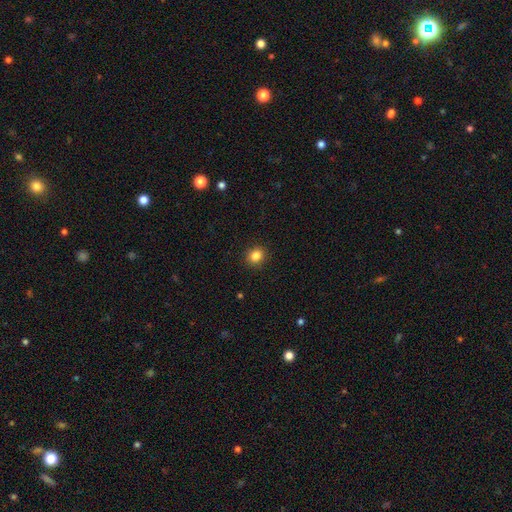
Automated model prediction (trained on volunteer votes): Smooth or featured? Predicted: smooth (p=0.84). How rounded? Predicted: round (p=0.80). Merging? Predicted: none (p=0.91).